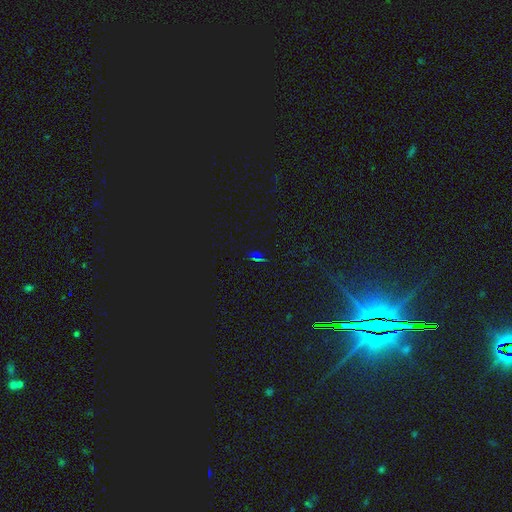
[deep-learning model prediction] star or artifact 68%, smooth 24%, featured or disk 9%.